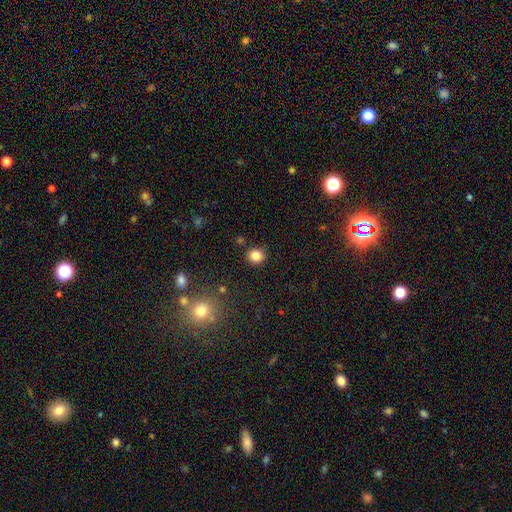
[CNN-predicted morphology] smooth-or-featured: smooth: 84% | star or artifact: 12% | featured or disk: 5%
  how-rounded: round: 80% | in between: 19% | cigar-shaped: 1%
  merging: none: 87% | minor disturbance: 7% | merger: 3% | major disturbance: 2%